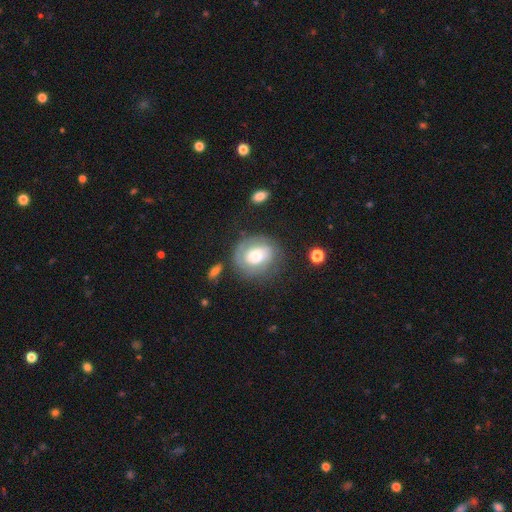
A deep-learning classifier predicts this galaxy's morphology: smooth_or_featured: featured or disk (p=0.59) [alt: smooth p=0.34]
disk_edge_on: no (p=0.96) [alt: yes p=0.04]
bar: no (p=0.65) [alt: weak p=0.26]
has_spiral_arms: yes (p=0.74) [alt: no p=0.26]
bulge_size: moderate (p=0.55) [alt: large p=0.25]
merging: none (p=0.68) [alt: minor disturbance p=0.18]